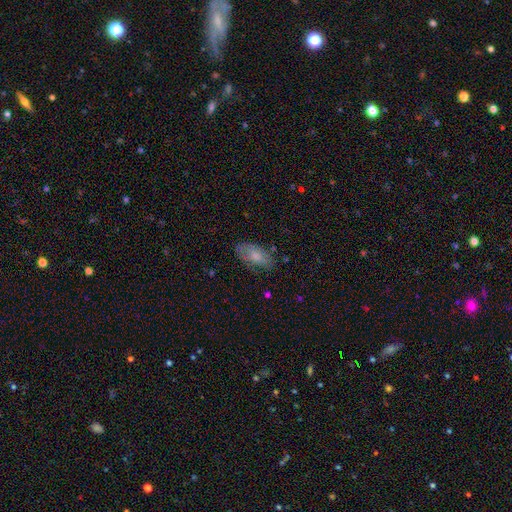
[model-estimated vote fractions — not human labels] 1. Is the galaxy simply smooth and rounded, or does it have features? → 69% smooth, 25% featured or disk, 7% star or artifact.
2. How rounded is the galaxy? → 92% in between, 5% cigar-shaped, 3% round.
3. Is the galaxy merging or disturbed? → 70% none, 22% minor disturbance, 6% major disturbance, 2% merger.